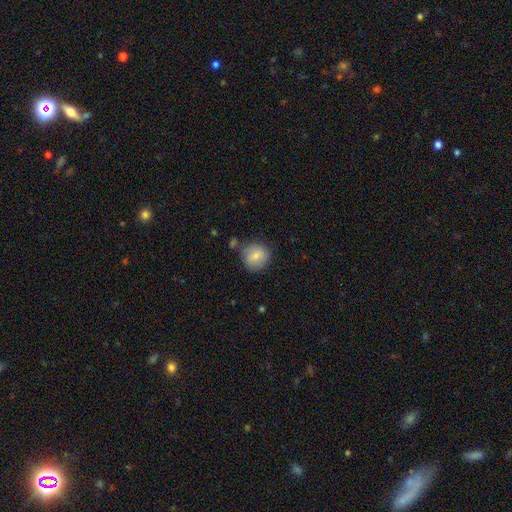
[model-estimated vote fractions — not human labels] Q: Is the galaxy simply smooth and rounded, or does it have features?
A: smooth — 79%.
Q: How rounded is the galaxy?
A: round — 86%.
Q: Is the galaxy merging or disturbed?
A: none — 74%.